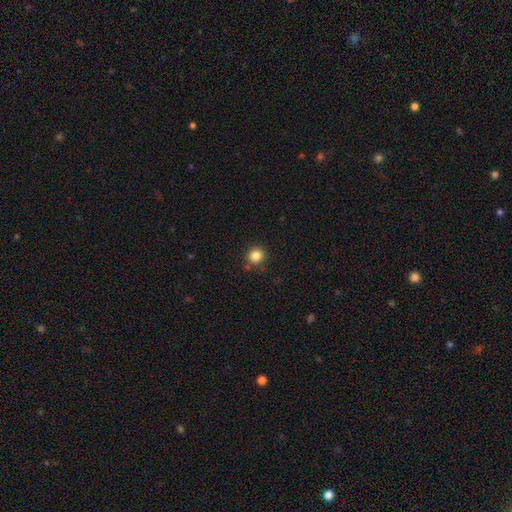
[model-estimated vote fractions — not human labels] A smooth galaxy with no disk features (84%) that is round (86%). Merging: none (85%).